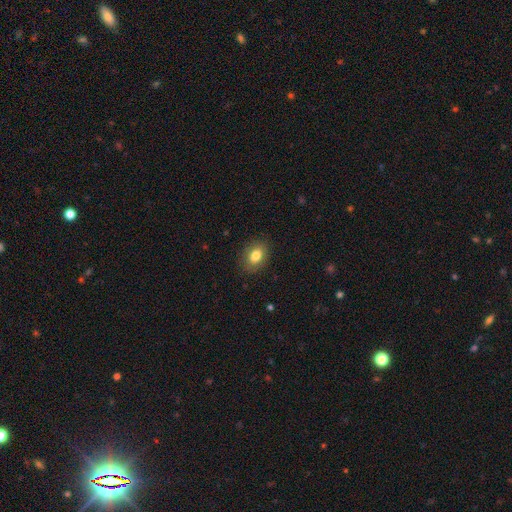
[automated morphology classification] smooth 81%, featured or disk 10%, star or artifact 9%. Down the decision tree: how rounded — in between (74%); merging — none (86%).